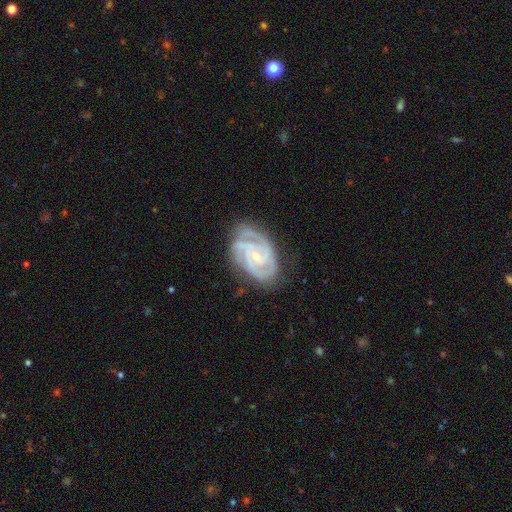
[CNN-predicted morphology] A featured or disk galaxy (90%) with no bar (57%), 3 (50%) tight (63%) spiral arms (98%) and a small central bulge (72%). Merging: none (70%).